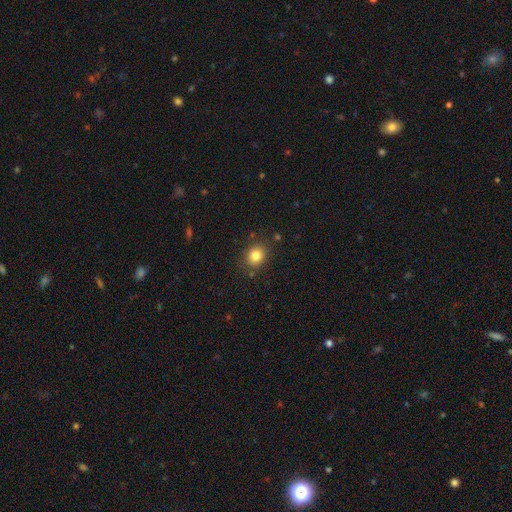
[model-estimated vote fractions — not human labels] Smooth or featured? smooth (83%)
How rounded? round (60%)
Merging? none (83%)